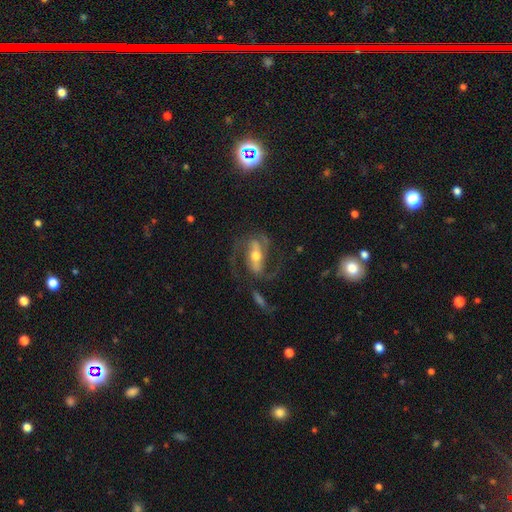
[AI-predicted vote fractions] Morphology: type=featured or disk (84%); edge-on=no (94%); bar=strong (60%); spiral arms=yes (93%); winding=medium (56%); arm count=2 (89%); bulge=moderate (61%); merging=none (65%).